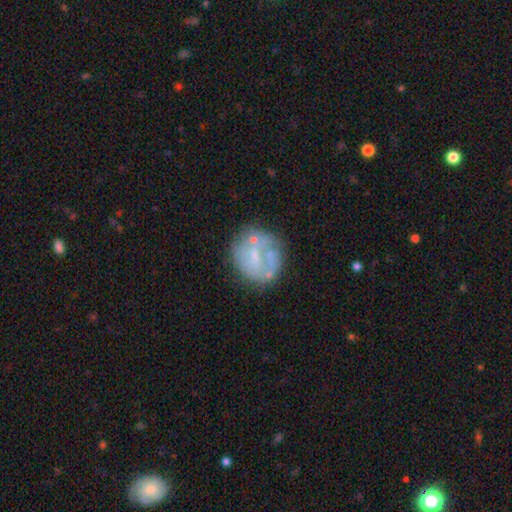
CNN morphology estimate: type=featured or disk (54%); edge-on=no (97%); bar=no (60%); spiral arms=no (61%); bulge=small (50%); merging=none (66%).